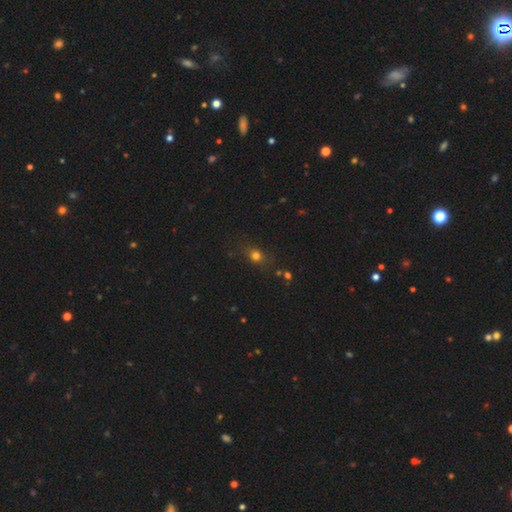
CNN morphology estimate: Smooth or featured? smooth (73%)
How rounded? round (64%)
Merging? none (78%)